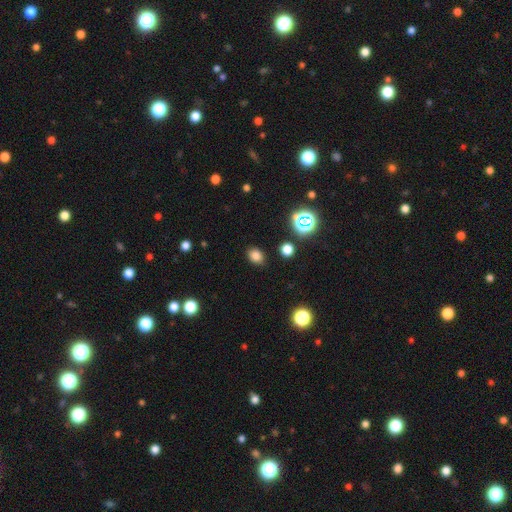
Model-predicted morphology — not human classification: type=smooth (78%); roundness=in between (57%); merging=none (87%).